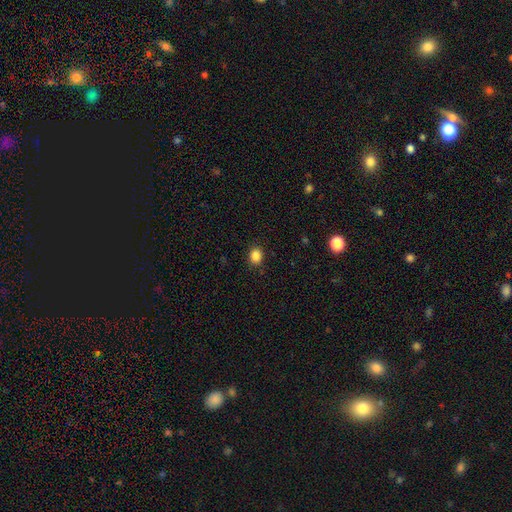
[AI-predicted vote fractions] Smooth or featured? Predicted: smooth (p=0.86). How rounded? Predicted: round (p=0.59). Merging? Predicted: none (p=0.89).